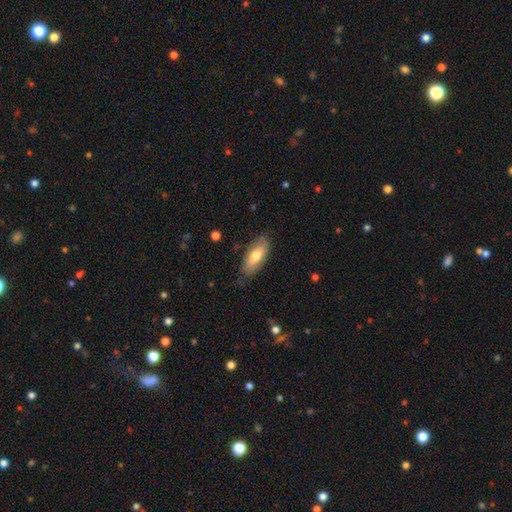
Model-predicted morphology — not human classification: smooth_or_featured: smooth (p=0.70) [alt: featured or disk p=0.25]
how_rounded: in between (p=0.79) [alt: cigar-shaped p=0.19]
merging: none (p=0.78) [alt: minor disturbance p=0.17]